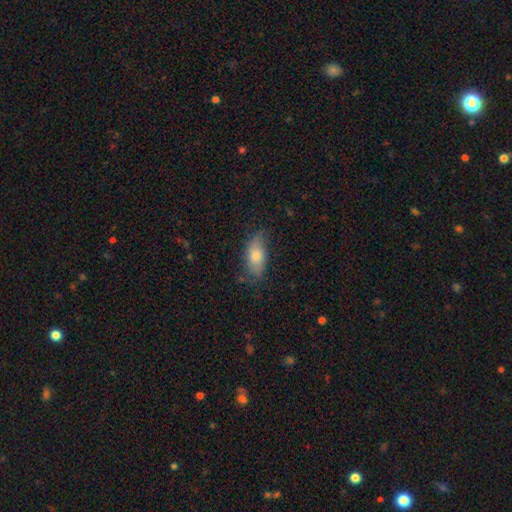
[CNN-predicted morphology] The model was most divided on "smooth or featured": smooth: 67%, featured or disk: 25%, star or artifact: 8%. More confident: how rounded — in between (81%); merging — none (72%).